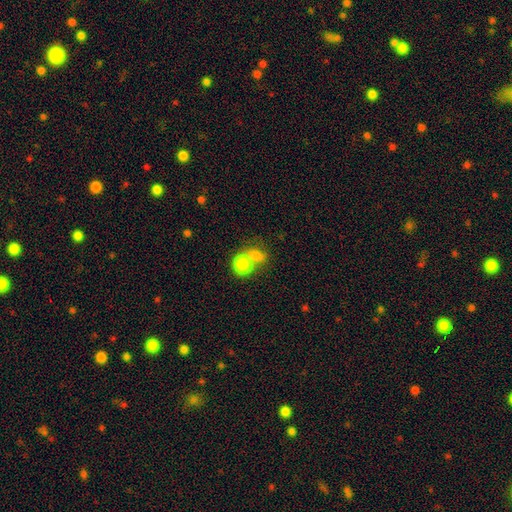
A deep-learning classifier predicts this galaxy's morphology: This appears to be a smooth galaxy with no disk features (78%) that is round (56%). Merging: merger (52%).